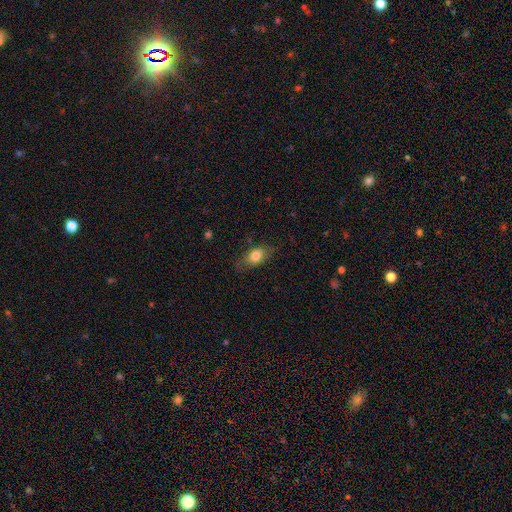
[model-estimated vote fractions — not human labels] Overall: smooth (77%). How rounded: in between (81%). Merging: none (74%).